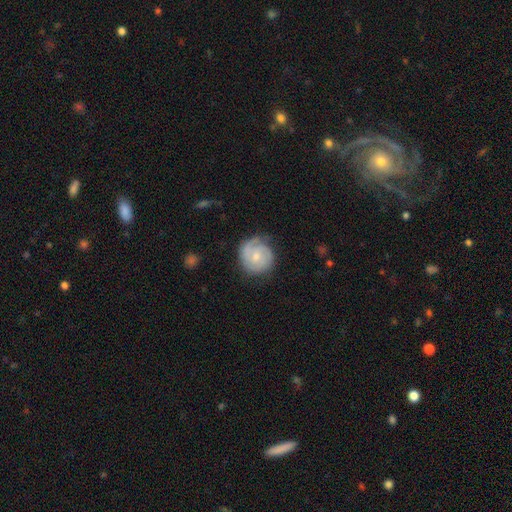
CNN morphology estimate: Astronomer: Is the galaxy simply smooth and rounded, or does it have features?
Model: featured or disk — 68%.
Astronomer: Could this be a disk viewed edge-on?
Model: no — 98%.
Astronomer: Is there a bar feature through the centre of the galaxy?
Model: no — 66%.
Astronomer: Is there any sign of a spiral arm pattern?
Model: yes — 92%.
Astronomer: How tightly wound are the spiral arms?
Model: tight — 63%.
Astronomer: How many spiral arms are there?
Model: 2 — 37% (runner-up: can't tell, 25%).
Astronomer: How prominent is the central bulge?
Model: small — 56% (runner-up: moderate, 38%).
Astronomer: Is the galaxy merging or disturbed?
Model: none — 69%.